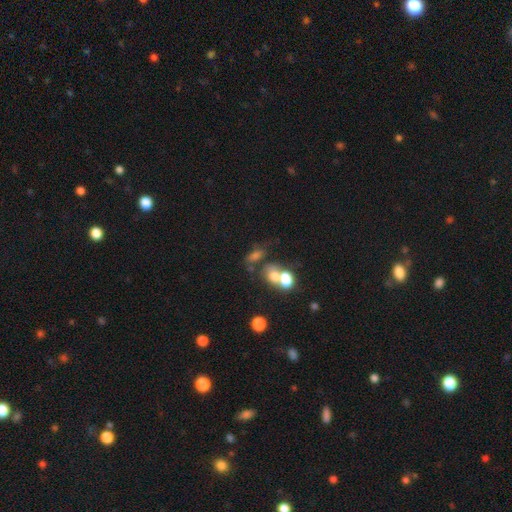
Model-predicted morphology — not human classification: smooth-or-featured: smooth: 58% | star or artifact: 22% | featured or disk: 19%
  how-rounded: in between: 65% | round: 30% | cigar-shaped: 5%
  merging: merger: 41% | none: 34% | minor disturbance: 13% | major disturbance: 12%